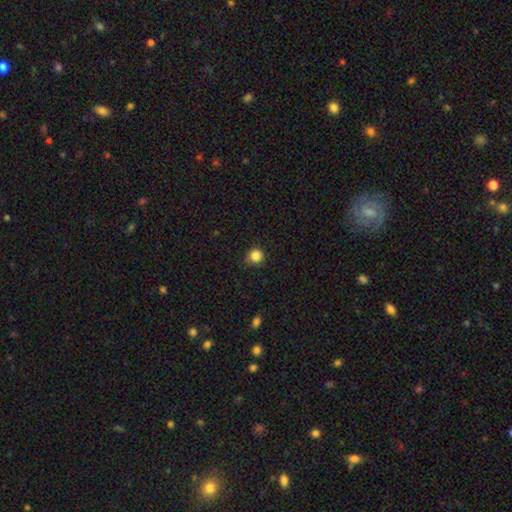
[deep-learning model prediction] The model was most divided on "merging": none: 85%, minor disturbance: 12%, major disturbance: 2%, merger: 1%. More confident: how rounded — round (94%); smooth or featured — smooth (86%).